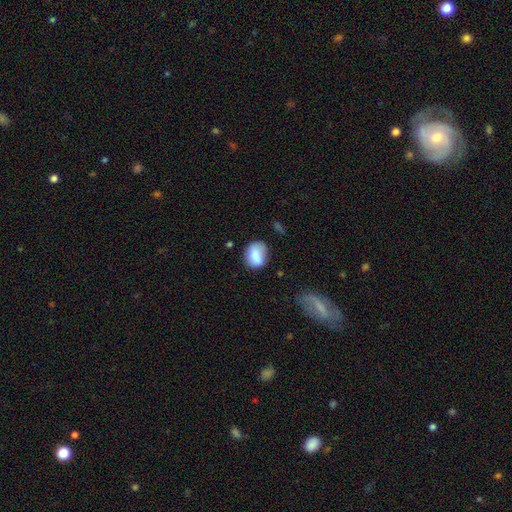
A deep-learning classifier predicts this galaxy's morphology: Smooth or featured: smooth — 80% (featured or disk — 11%)
How rounded: in between — 54% (round — 45%)
Merging: none — 63% (minor disturbance — 24%)